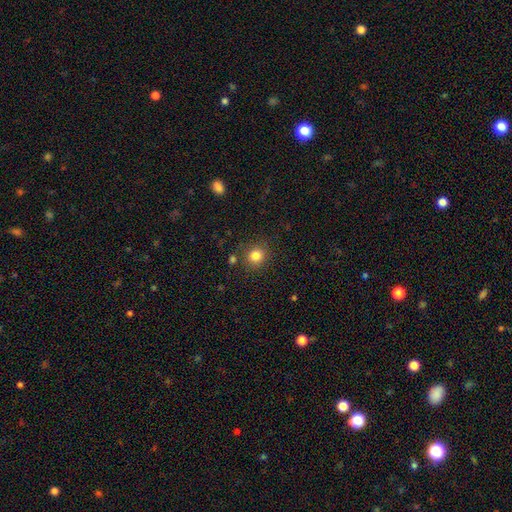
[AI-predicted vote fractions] smooth 82%, star or artifact 12%, featured or disk 6%. Down the decision tree: how rounded — round (88%); merging — none (86%).